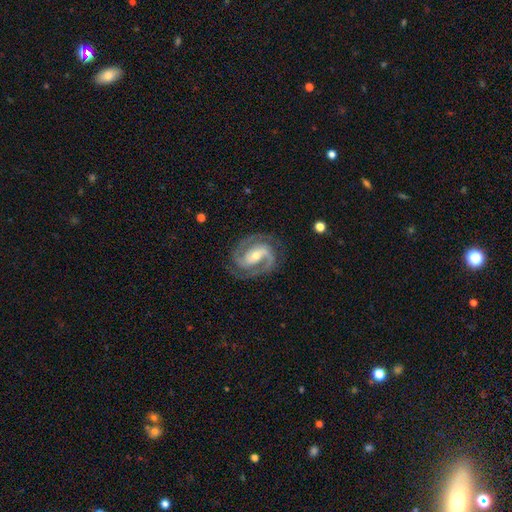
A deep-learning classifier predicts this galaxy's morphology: Smooth or featured: featured or disk — 92% (star or artifact — 4%)
Edge-on disk: no — 97% (yes — 3%)
Bar: strong — 43% (weak — 37%)
Spiral arms: yes — 98% (no — 2%)
Spiral winding: medium — 49% (tight — 43%)
Spiral arm count: 2 — 86% (3 — 7%)
Bulge size: moderate — 48% (small — 46%)
Merging: none — 81% (minor disturbance — 13%)